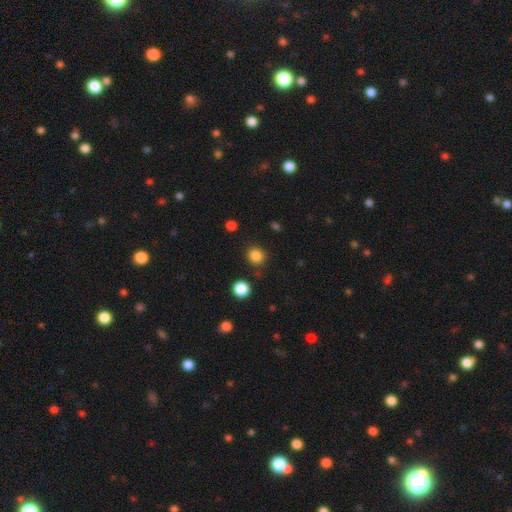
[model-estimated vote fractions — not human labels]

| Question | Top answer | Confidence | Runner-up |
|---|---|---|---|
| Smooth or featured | smooth | 84% | star or artifact (13%) |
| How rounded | round | 84% | in between (15%) |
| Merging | none | 83% | minor disturbance (10%) |